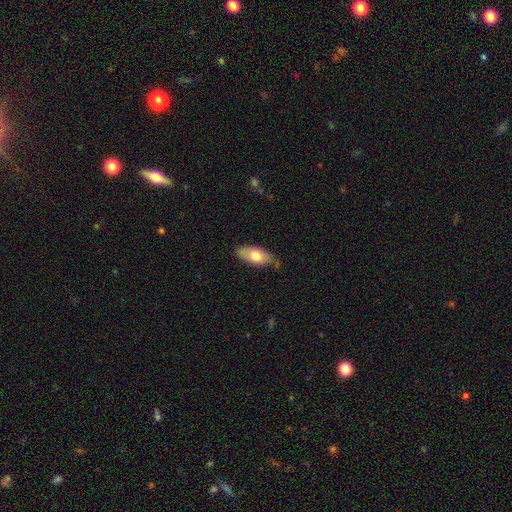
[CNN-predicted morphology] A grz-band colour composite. It shows a smooth galaxy with no disk features (70%) that is in between round and cigar-shaped (85%). Merging: none (72%).